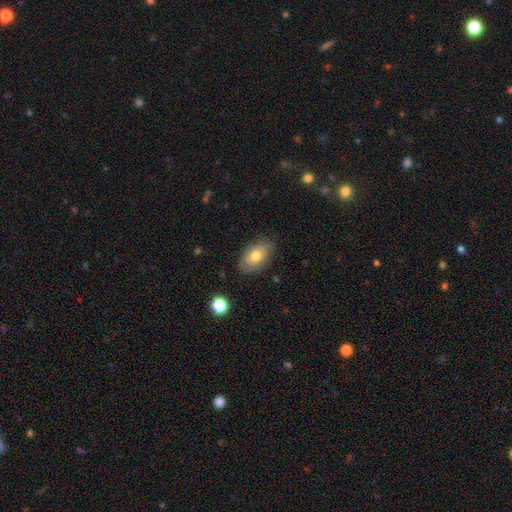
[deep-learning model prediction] Smooth or featured? Predicted: smooth (p=0.74). How rounded? Predicted: in between (p=0.91). Merging? Predicted: none (p=0.82).